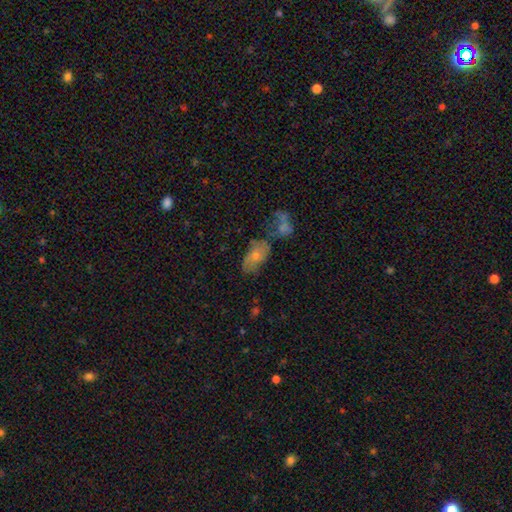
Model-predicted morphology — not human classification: A smooth galaxy with no disk features (50%). Merging: none (46%).